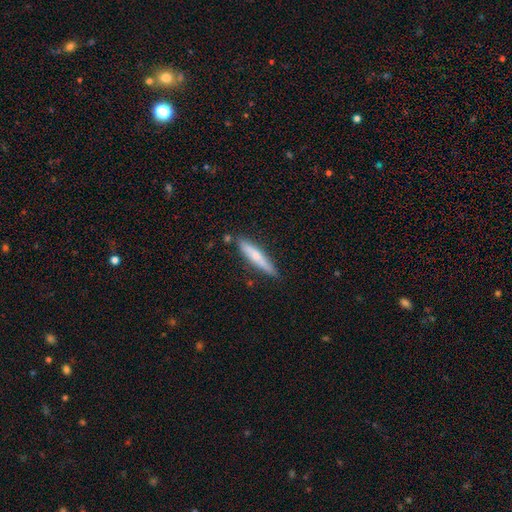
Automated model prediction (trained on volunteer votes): Smooth or featured?
  - smooth: 60% *
  - featured or disk: 34%
  - star or artifact: 6%
How rounded?
  - cigar-shaped: 88% *
  - in between: 10%
  - round: 1%
Merging?
  - none: 79% *
  - minor disturbance: 15%
  - merger: 4%
  - major disturbance: 2%